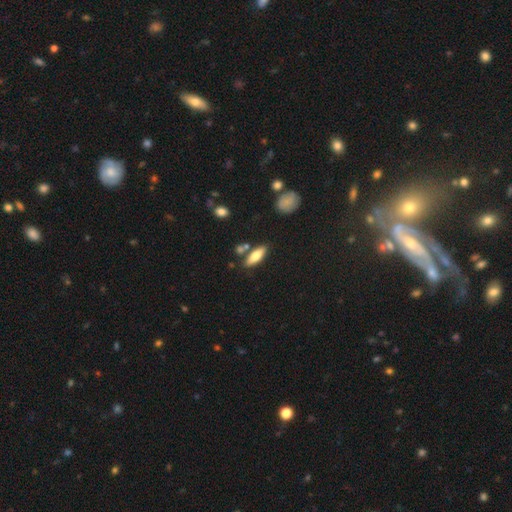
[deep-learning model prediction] Smooth or featured?
  - smooth: 71% *
  - featured or disk: 23%
  - star or artifact: 7%
How rounded?
  - in between: 59% *
  - cigar-shaped: 38%
  - round: 2%
Merging?
  - none: 76% *
  - minor disturbance: 12%
  - merger: 9%
  - major disturbance: 3%